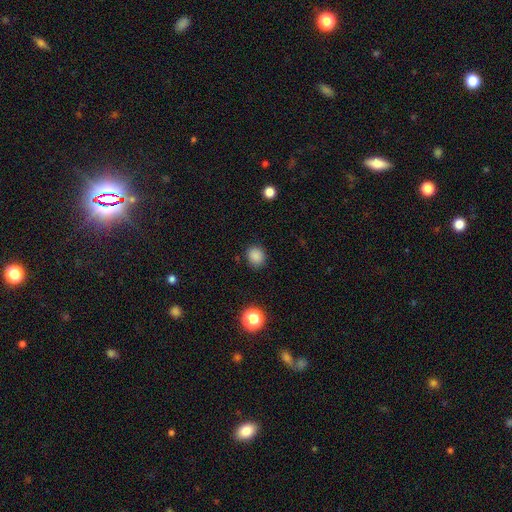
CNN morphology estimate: smooth 84%, star or artifact 12%, featured or disk 4%. Down the decision tree: how rounded — round (72%); merging — none (85%).